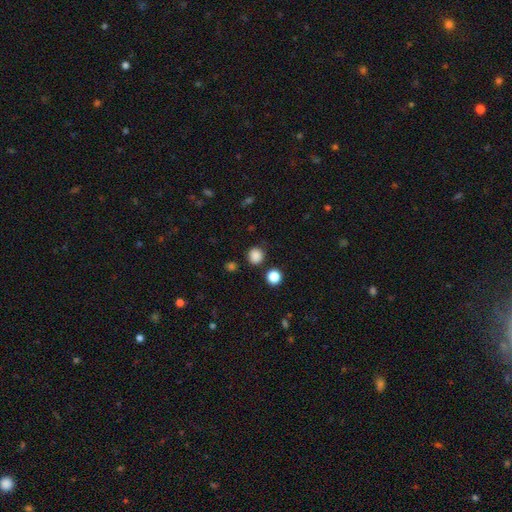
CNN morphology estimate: Smooth or featured? smooth (85%)
How rounded? round (89%)
Merging? none (85%)